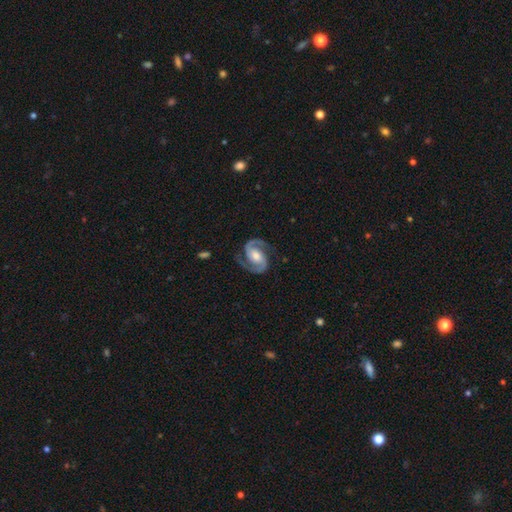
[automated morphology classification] Overall: featured or disk (93%). Edge-on disk: no (98%). Bar: no (40%; weak 36%). Spiral arms: yes (98%). Spiral arm count: 2 (95%). Spiral winding: medium (59%; tight 30%). Bulge size: moderate (64%). Merging: none (83%).